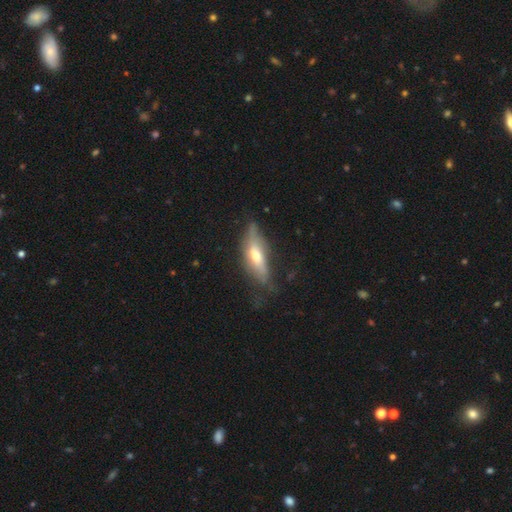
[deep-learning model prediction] Overall: featured or disk (53%; smooth 40%). Edge-on disk: yes (64%; no 36%). Merging: none (53%; minor disturbance 31%).